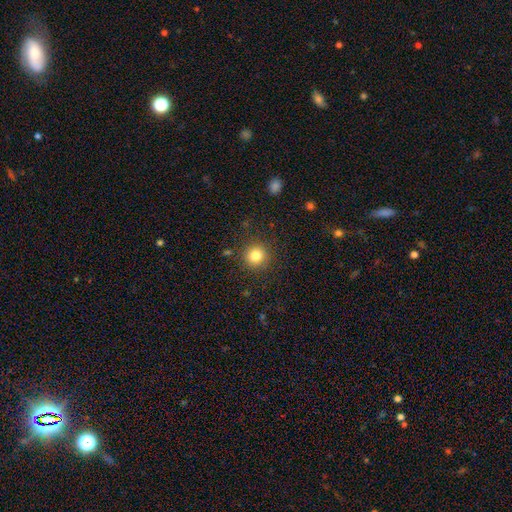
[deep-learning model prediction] smooth_or_featured: smooth (p=0.82) [alt: star or artifact p=0.12]
how_rounded: round (p=0.92) [alt: in between p=0.07]
merging: none (p=0.89) [alt: minor disturbance p=0.07]